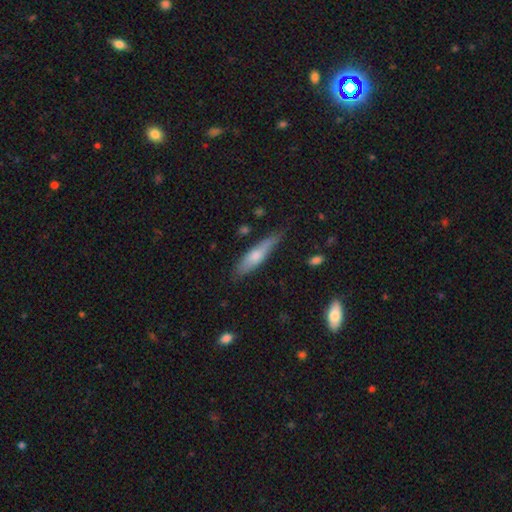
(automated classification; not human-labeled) A smooth galaxy with no disk features (64%) that is cigar-shaped (75%).

Vote fractions:
- Smooth or featured? smooth: 64% / featured or disk: 30% / star or artifact: 6%
- How rounded? cigar-shaped: 75% / in between: 23% / round: 2%
- Merging? none: 70% / minor disturbance: 23% / major disturbance: 4% / merger: 2%